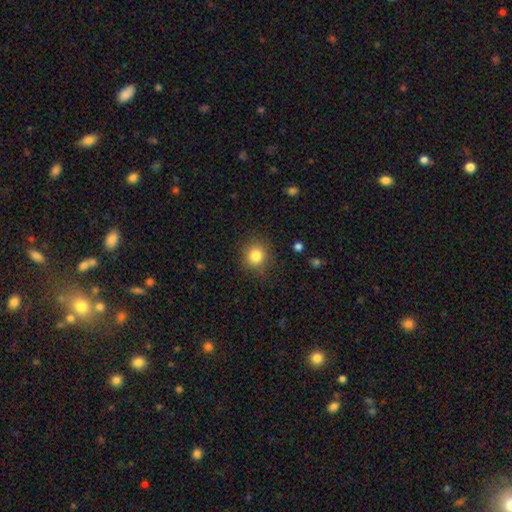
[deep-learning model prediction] A smooth galaxy with no disk features (83%) that is round (88%).

Vote fractions:
- Smooth or featured? smooth: 83% / star or artifact: 11% / featured or disk: 6%
- How rounded? round: 88% / in between: 11% / cigar-shaped: 1%
- Merging? none: 86% / minor disturbance: 9% / major disturbance: 3% / merger: 1%